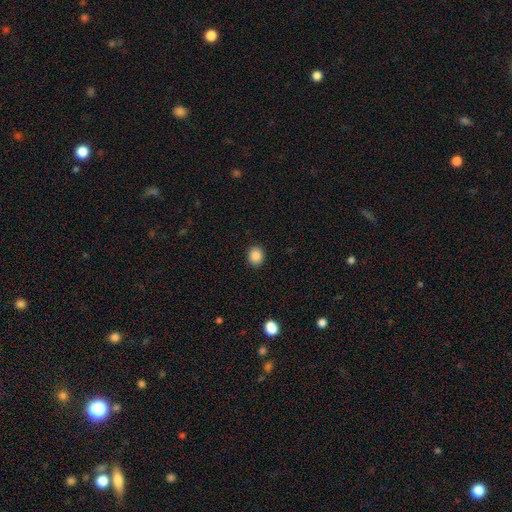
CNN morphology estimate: This is clearly a smooth galaxy (87%). How rounded: likely round (72%). Merging: clearly none (90%).